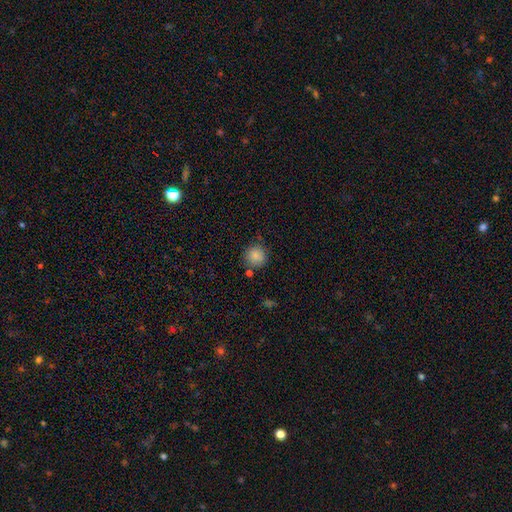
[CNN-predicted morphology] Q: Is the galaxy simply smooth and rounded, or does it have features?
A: smooth — 86%.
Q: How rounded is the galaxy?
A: round — 92%.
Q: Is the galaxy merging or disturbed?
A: none — 80%.